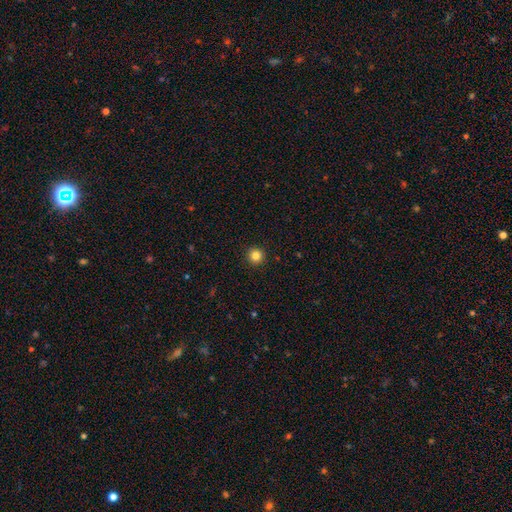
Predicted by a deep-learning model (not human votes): Smooth or featured? Predicted: smooth (p=0.84). How rounded? Predicted: round (p=0.96). Merging? Predicted: none (p=0.93).